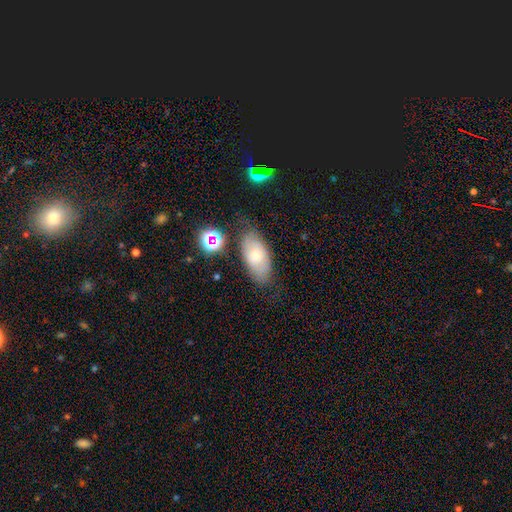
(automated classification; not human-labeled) Smooth or featured: smooth — 72% (featured or disk — 18%)
How rounded: in between — 91% (cigar-shaped — 5%)
Merging: none — 71% (minor disturbance — 19%)